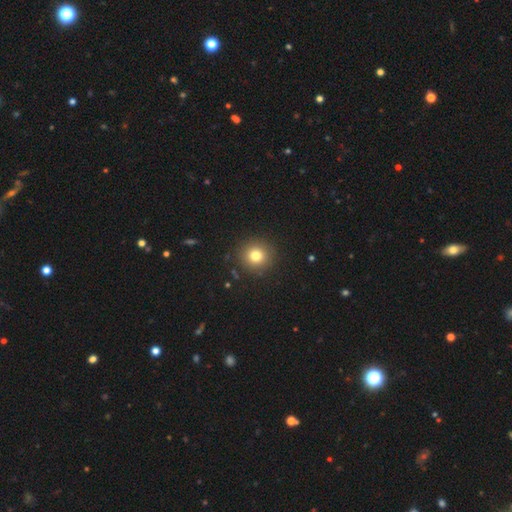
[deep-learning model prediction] Smooth or featured? smooth (78%)
How rounded? round (94%)
Merging? none (90%)